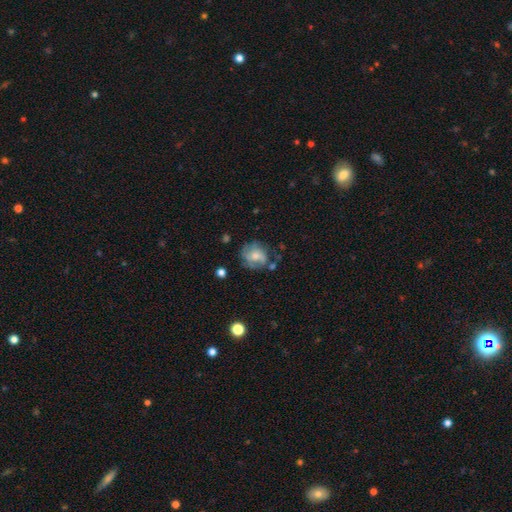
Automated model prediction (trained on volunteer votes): Overall: smooth (50%; featured or disk 42%). Merging: none (54%; minor disturbance 25%).